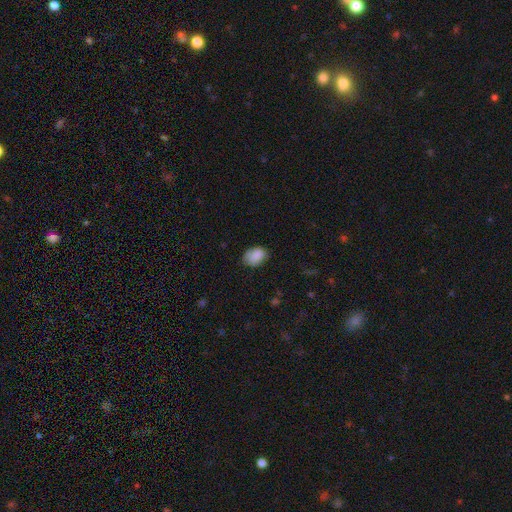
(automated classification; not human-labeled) Smooth or featured?
  - smooth: 84% *
  - star or artifact: 9%
  - featured or disk: 8%
How rounded?
  - in between: 75% *
  - round: 24%
  - cigar-shaped: 1%
Merging?
  - none: 63% *
  - minor disturbance: 27%
  - major disturbance: 7%
  - merger: 3%